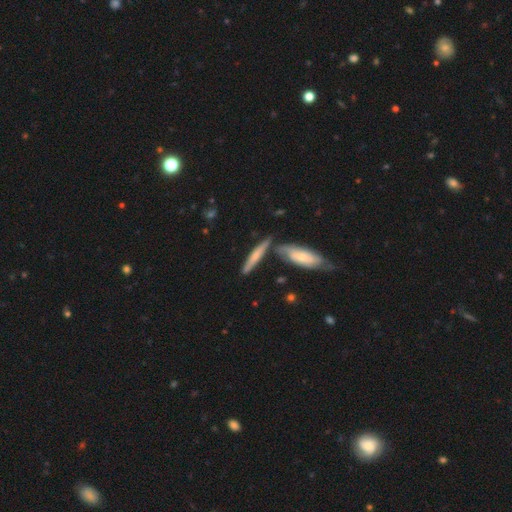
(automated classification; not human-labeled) smooth-or-featured: smooth: 50% | featured or disk: 43% | star or artifact: 7%
  how-rounded: cigar-shaped: 86% | in between: 12% | round: 2%
  merging: none: 60% | merger: 23% | minor disturbance: 13% | major disturbance: 4%